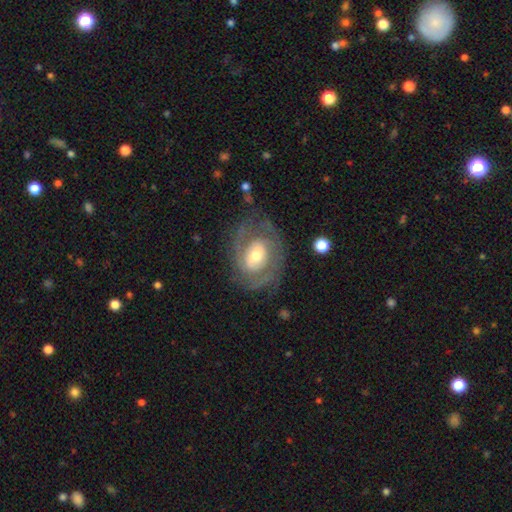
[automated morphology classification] This is likely a featured or disk galaxy (79%). It is clearly not viewed edge-on (97%). Bar: possibly no (50%). Spiral arm pattern: clearly yes (83%). Spiral arm count: possibly 2 (49%). Spiral winding: possibly tight (52%). Central bulge: likely moderate (66%). Merging: likely none (66%).